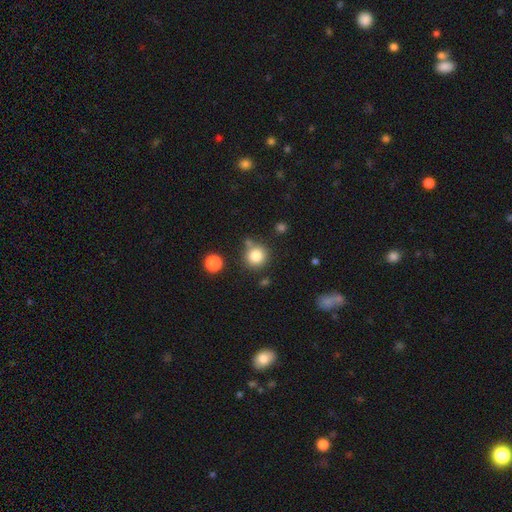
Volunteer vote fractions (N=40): Smooth or featured: smooth — 85% (star or artifact — 12%)
How rounded: round — 88% (in between — 6%)
Merging: none — 69% (merger — 17%)